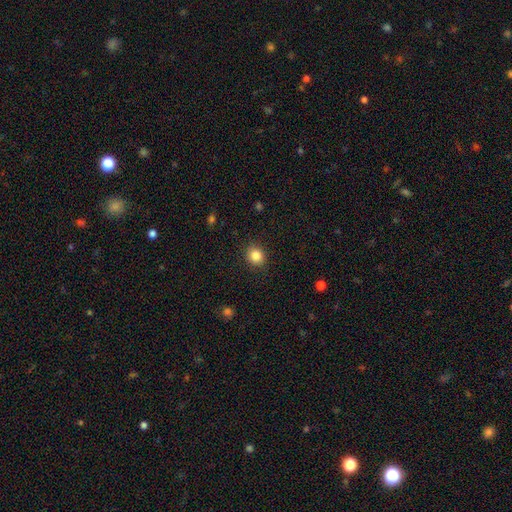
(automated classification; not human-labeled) Smooth or featured? smooth (85%)
How rounded? round (79%)
Merging? none (89%)